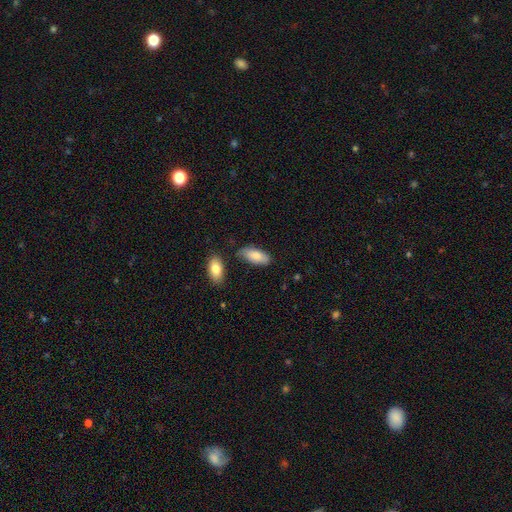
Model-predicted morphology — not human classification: A smooth galaxy with no disk features (85%) that is in between round and cigar-shaped (88%).

Vote fractions:
- Smooth or featured? smooth: 85% / featured or disk: 9% / star or artifact: 6%
- How rounded? in between: 88% / cigar-shaped: 10% / round: 2%
- Merging? none: 72% / minor disturbance: 19% / merger: 5% / major disturbance: 4%